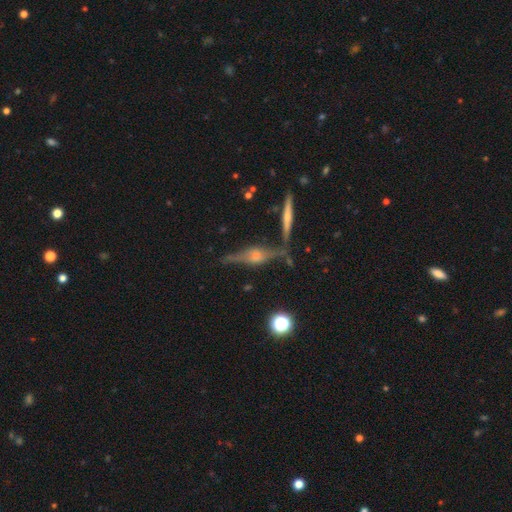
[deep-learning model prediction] Smooth or featured? featured or disk (82%)
Edge-on disk? yes (96%)
Edge-on bulge? rounded (85%)
Merging? none (75%)